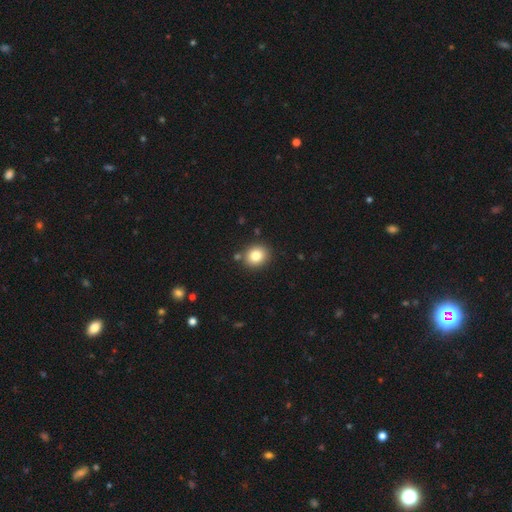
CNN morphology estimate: A smooth galaxy with no disk features (82%) that is round (69%).

Vote fractions:
- Smooth or featured? smooth: 82% / star or artifact: 10% / featured or disk: 8%
- How rounded? round: 69% / in between: 31% / cigar-shaped: 1%
- Merging? none: 84% / minor disturbance: 9% / merger: 4% / major disturbance: 2%